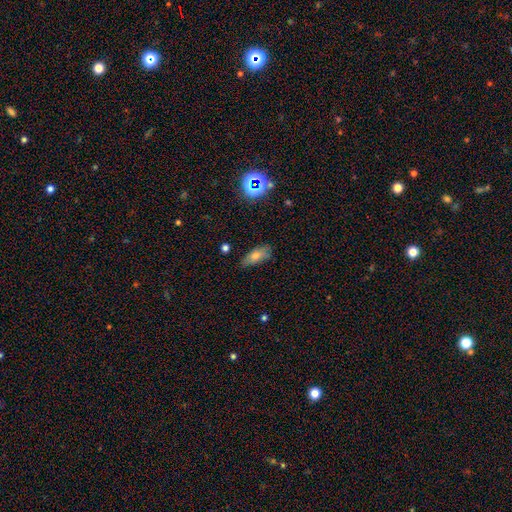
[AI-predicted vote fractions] Overall: smooth (63%). How rounded: in between (78%). Merging: none (75%).